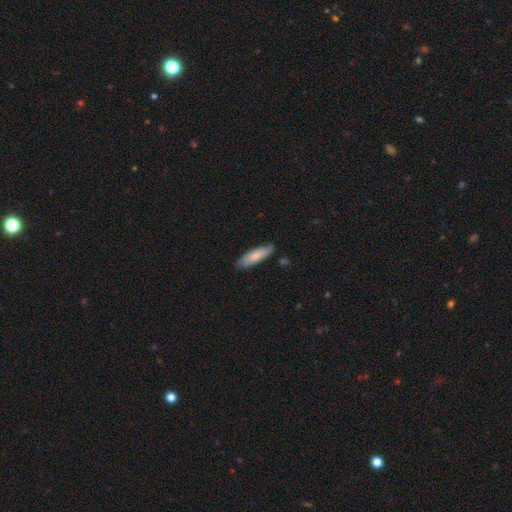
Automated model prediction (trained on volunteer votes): Overall: smooth (77%). How rounded: cigar-shaped (57%; in between 42%). Merging: none (80%).